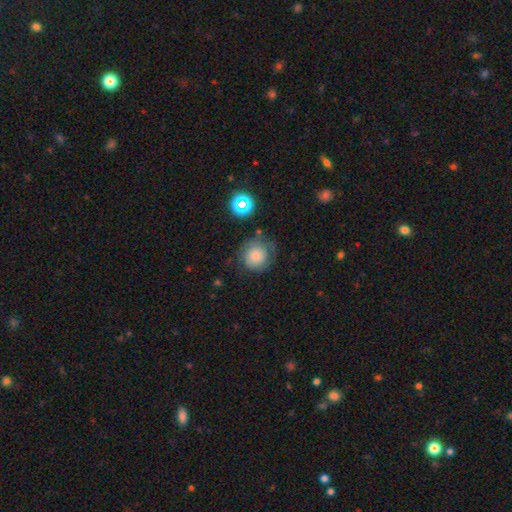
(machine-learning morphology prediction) type=smooth (68%); roundness=round (89%); merging=none (63%).